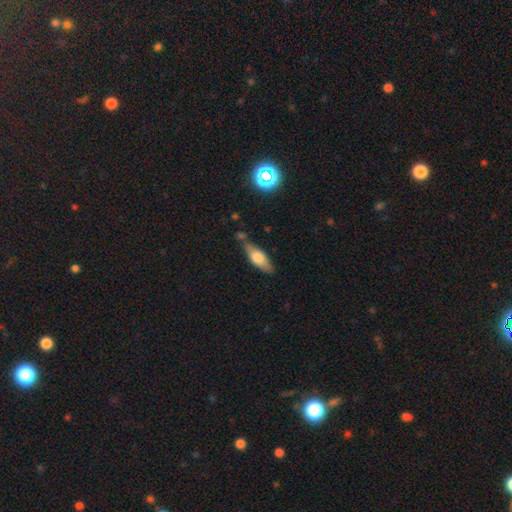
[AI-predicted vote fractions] Overall: smooth (62%; featured or disk 31%). How rounded: in between (63%; cigar-shaped 35%). Merging: none (70%).